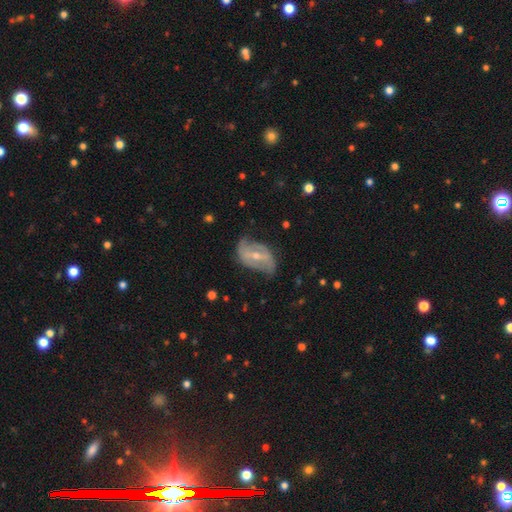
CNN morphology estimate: Smooth or featured?
  - featured or disk: 76% *
  - smooth: 17%
  - star or artifact: 6%
Edge-on disk?
  - no: 94% *
  - yes: 6%
Bar?
  - strong: 44% *
  - weak: 39%
  - no: 17%
Spiral arms?
  - yes: 78% *
  - no: 22%
Spiral winding?
  - medium: 39% *
  - loose: 34%
  - tight: 27%
Spiral arm count?
  - 2: 71% *
  - can't tell: 18%
  - 3: 4%
  - 1: 4%
  - 4: 1%
  - more than 4: 1%
Bulge size?
  - small: 49% *
  - moderate: 48%
  - none: 2%
  - large: 1%
  - dominant: 1%
Merging?
  - none: 58% *
  - minor disturbance: 29%
  - major disturbance: 12%
  - merger: 2%